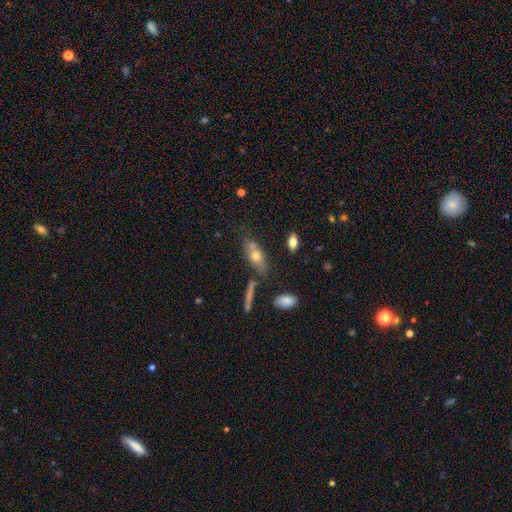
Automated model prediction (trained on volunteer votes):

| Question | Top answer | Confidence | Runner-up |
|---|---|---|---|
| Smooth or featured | smooth | 62% | featured or disk (28%) |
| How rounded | in between | 69% | cigar-shaped (26%) |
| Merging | none | 59% | minor disturbance (19%) |